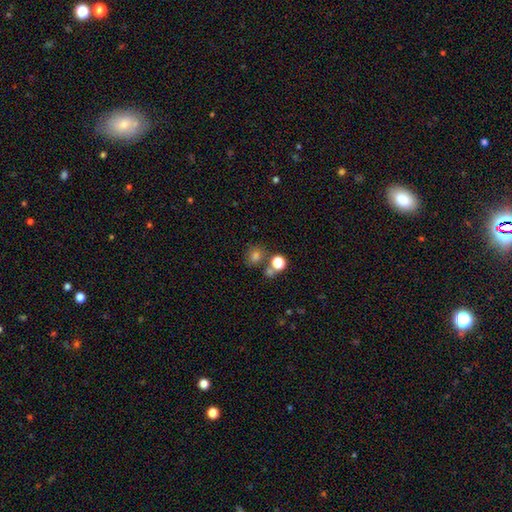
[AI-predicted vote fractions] smooth_or_featured: smooth (p=0.75) [alt: star or artifact p=0.17]
how_rounded: round (p=0.68) [alt: in between p=0.31]
merging: none (p=0.64) [alt: merger p=0.20]